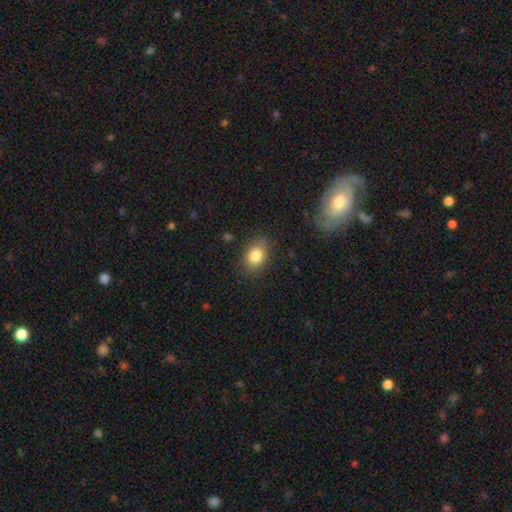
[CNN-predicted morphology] smooth 83%, star or artifact 9%, featured or disk 8%. Down the decision tree: how rounded — in between (67%); merging — none (80%).